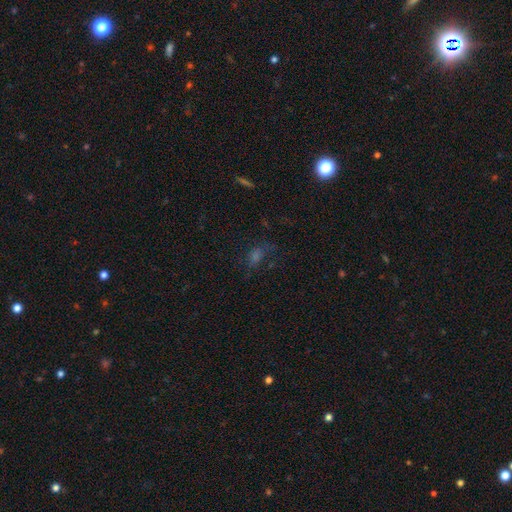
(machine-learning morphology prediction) A smooth galaxy with no disk features (40%). Merging: none (54%).